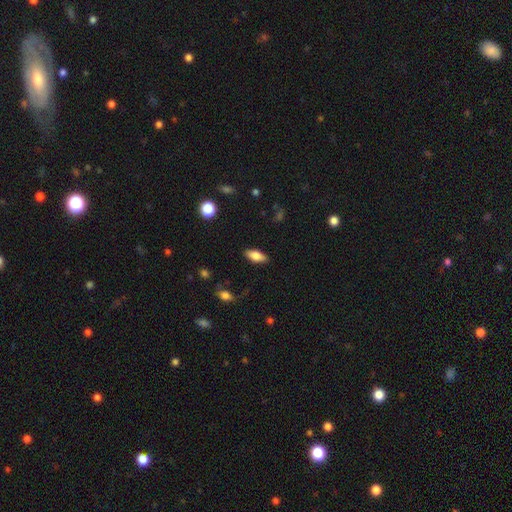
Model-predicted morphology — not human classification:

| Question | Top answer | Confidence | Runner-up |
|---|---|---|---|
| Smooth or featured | smooth | 76% | featured or disk (17%) |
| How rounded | in between | 82% | cigar-shaped (16%) |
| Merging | none | 86% | minor disturbance (11%) |